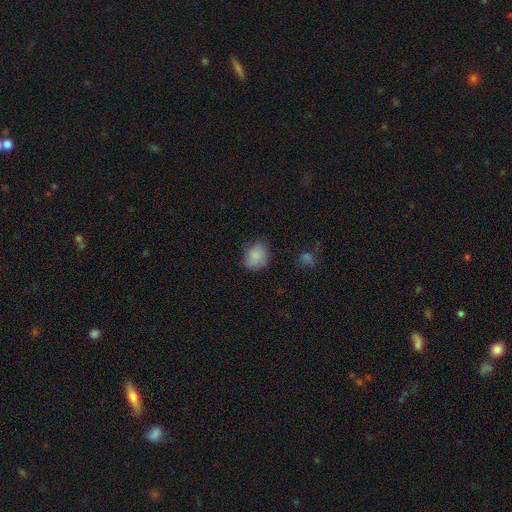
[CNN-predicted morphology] Smooth or featured? Predicted: smooth (p=0.85). How rounded? Predicted: round (p=0.55). Merging? Predicted: none (p=0.69).